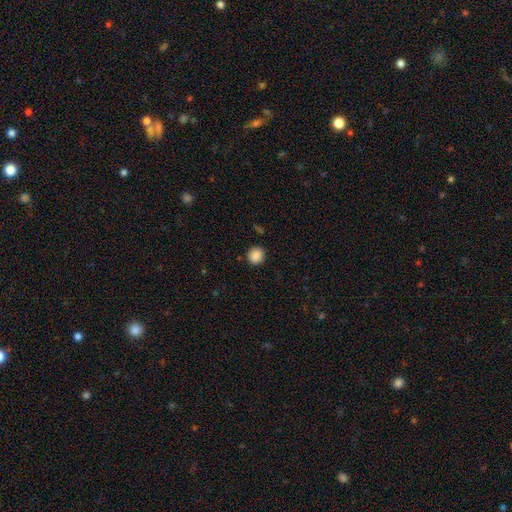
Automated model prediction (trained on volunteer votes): Smooth or featured?
  - smooth: 88% *
  - star or artifact: 9%
  - featured or disk: 3%
How rounded?
  - round: 88% *
  - in between: 11%
  - cigar-shaped: 1%
Merging?
  - none: 89% *
  - minor disturbance: 8%
  - major disturbance: 2%
  - merger: 1%